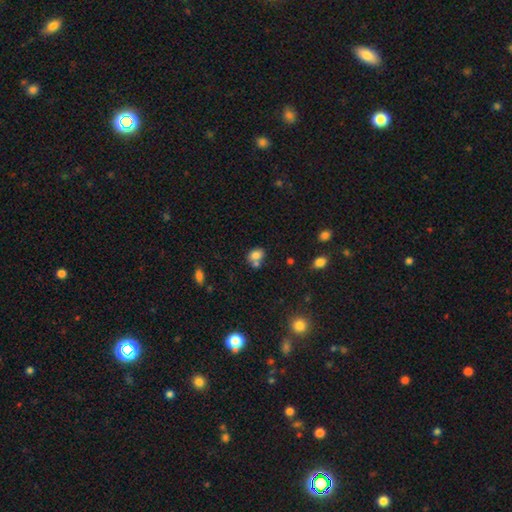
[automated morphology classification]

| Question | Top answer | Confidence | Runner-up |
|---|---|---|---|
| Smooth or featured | smooth | 80% | star or artifact (11%) |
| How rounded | in between | 65% | round (34%) |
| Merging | none | 43% | merger (39%) |